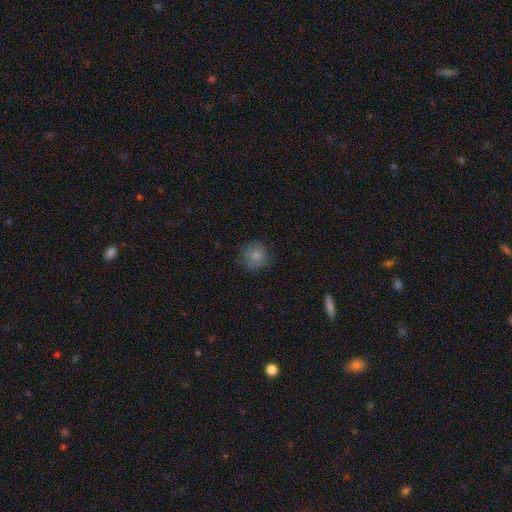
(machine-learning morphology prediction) Overall: smooth (82%). How rounded: round (91%). Merging: none (80%).